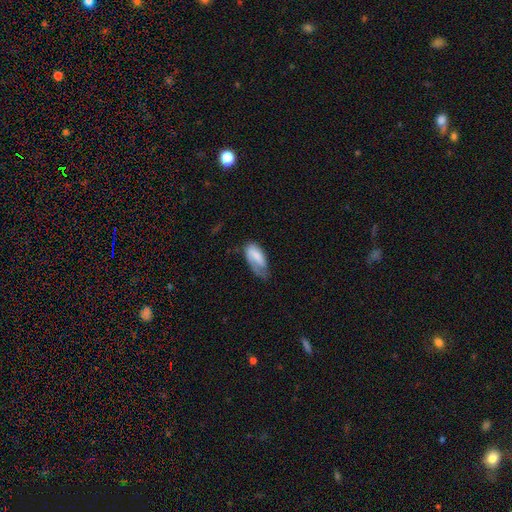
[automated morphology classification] This is likely a smooth galaxy (62%). How rounded: clearly in between (90%). Merging: marginally minor disturbance (39%).